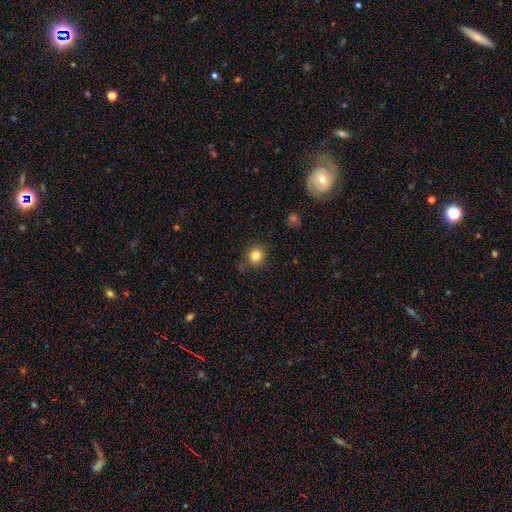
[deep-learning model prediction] The model was most divided on "smooth or featured": smooth: 82%, star or artifact: 11%, featured or disk: 6%. More confident: how rounded — round (89%); merging — none (85%).